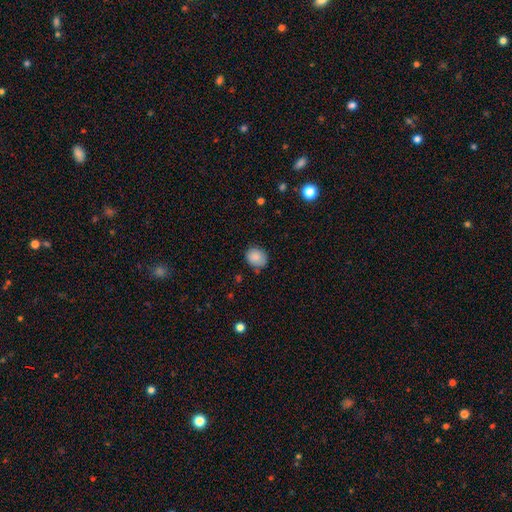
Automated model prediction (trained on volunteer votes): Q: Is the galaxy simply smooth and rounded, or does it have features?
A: smooth — 87%.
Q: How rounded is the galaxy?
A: round — 64%.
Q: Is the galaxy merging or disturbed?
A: none — 76%.